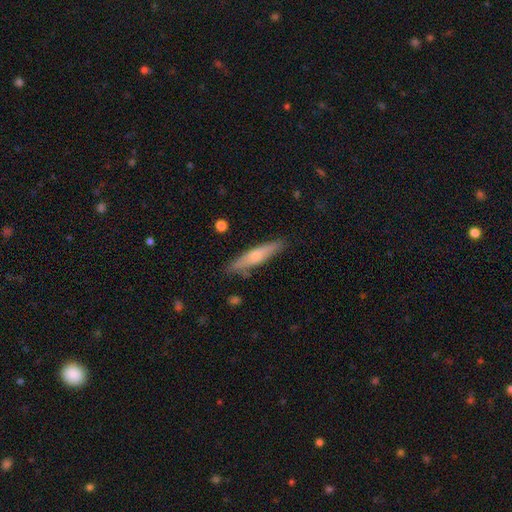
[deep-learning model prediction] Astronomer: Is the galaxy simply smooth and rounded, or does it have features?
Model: smooth — 58% (runner-up: featured or disk, 36%).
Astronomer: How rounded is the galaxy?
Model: cigar-shaped — 86%.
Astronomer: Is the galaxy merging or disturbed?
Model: none — 83%.